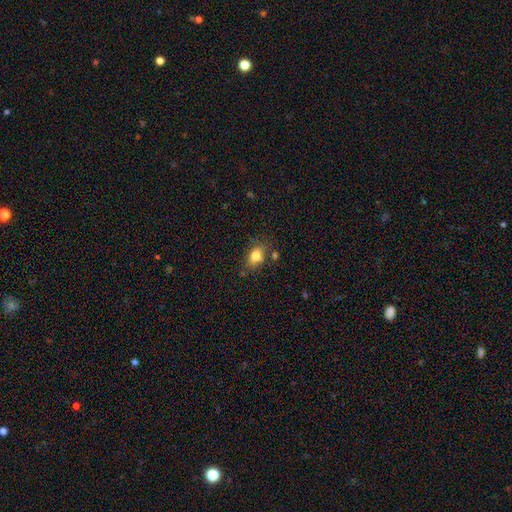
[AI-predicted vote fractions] smooth-or-featured: smooth: 79% | star or artifact: 11% | featured or disk: 11%
  how-rounded: in between: 73% | round: 25% | cigar-shaped: 2%
  merging: none: 66% | minor disturbance: 19% | merger: 9% | major disturbance: 5%